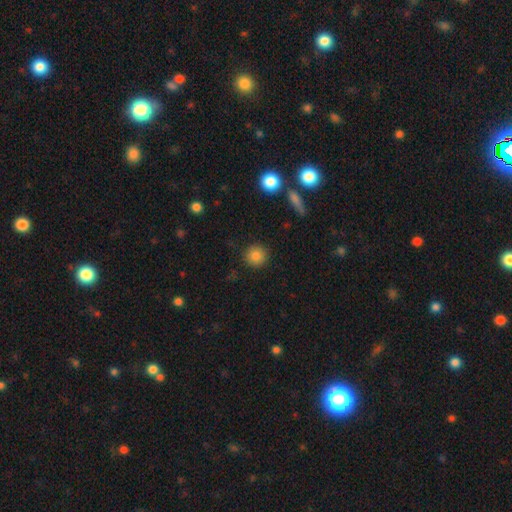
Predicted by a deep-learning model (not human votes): A smooth galaxy with no disk features (84%) that is round (93%).

Vote fractions:
- Smooth or featured? smooth: 84% / star or artifact: 10% / featured or disk: 6%
- How rounded? round: 93% / in between: 6% / cigar-shaped: 1%
- Merging? none: 90% / minor disturbance: 6% / major disturbance: 2% / merger: 2%